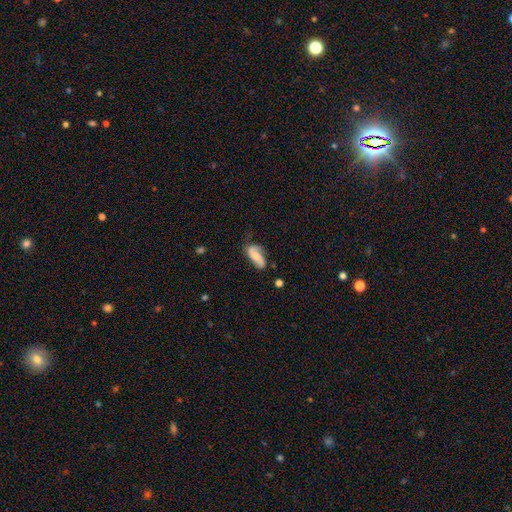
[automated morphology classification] Q: Smooth or featured?
A: featured or disk (51%); runner-up: smooth (41%)
Q: Edge-on disk?
A: no (91%); runner-up: yes (9%)
Q: Merging?
A: none (55%); runner-up: minor disturbance (29%)